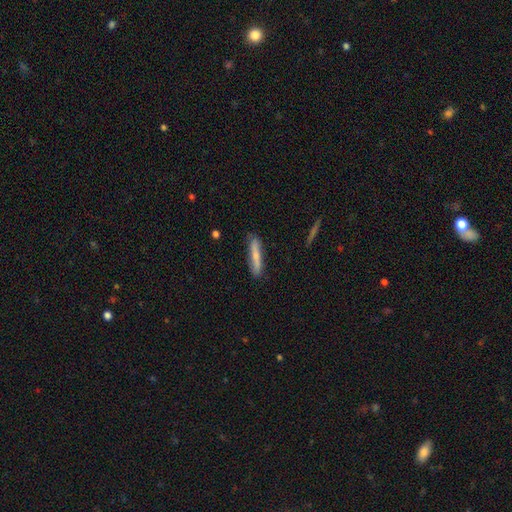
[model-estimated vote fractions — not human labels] A smooth galaxy with no disk features (69%) that is cigar-shaped (92%).

Vote fractions:
- Smooth or featured? smooth: 69% / featured or disk: 25% / star or artifact: 6%
- How rounded? cigar-shaped: 92% / in between: 7% / round: 1%
- Merging? none: 84% / minor disturbance: 12% / major disturbance: 2% / merger: 1%